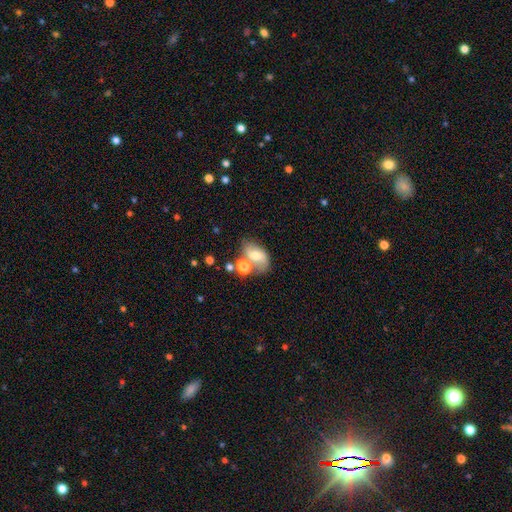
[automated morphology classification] This is possibly a smooth galaxy (56%). How rounded: likely in between (80%). Merging: marginally none (43%).